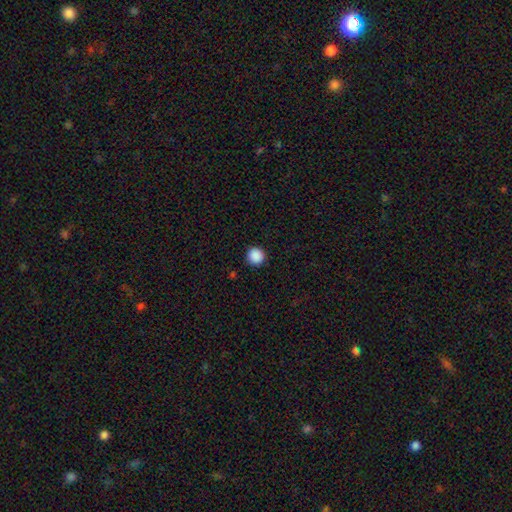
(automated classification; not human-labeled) A smooth galaxy with no disk features (89%) that is round (95%). Merging: none (92%).